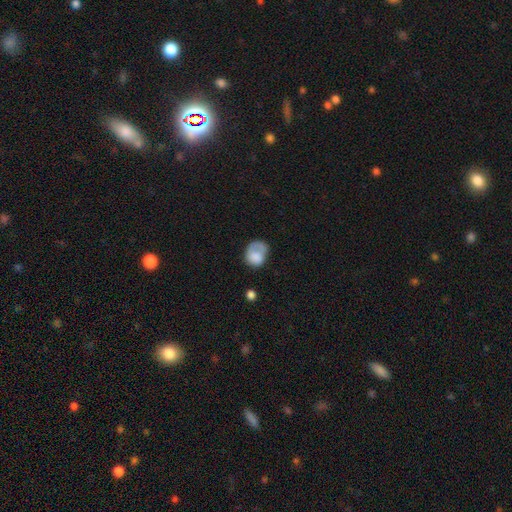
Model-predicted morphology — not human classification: Smooth or featured? Predicted: smooth (p=0.70). How rounded? Predicted: in between (p=0.51). Merging? Predicted: none (p=0.35).